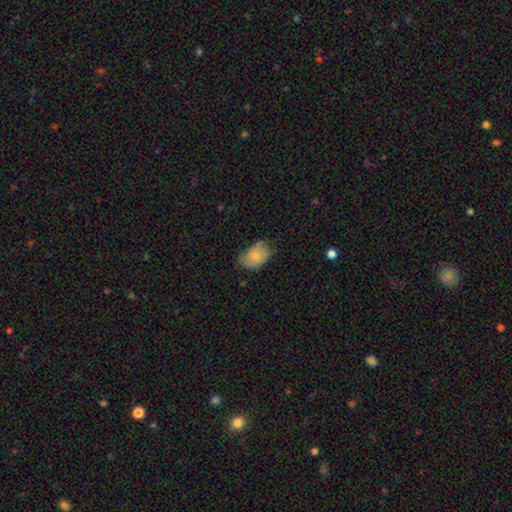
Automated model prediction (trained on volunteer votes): The model was most divided on "merging": none: 52%, minor disturbance: 35%, major disturbance: 12%, merger: 2%. More confident: how rounded — in between (80%); smooth or featured — smooth (60%).